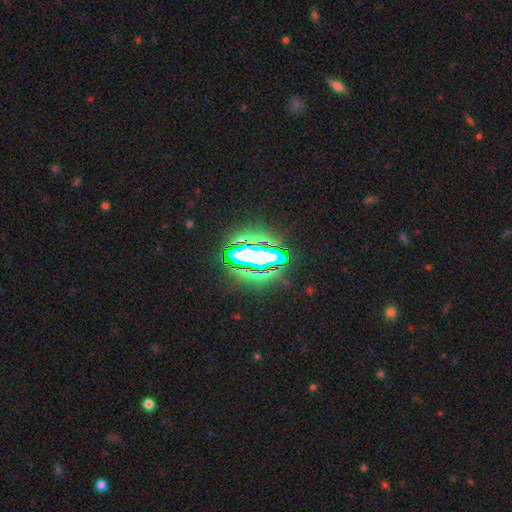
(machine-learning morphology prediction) Overall: star or artifact (70%).